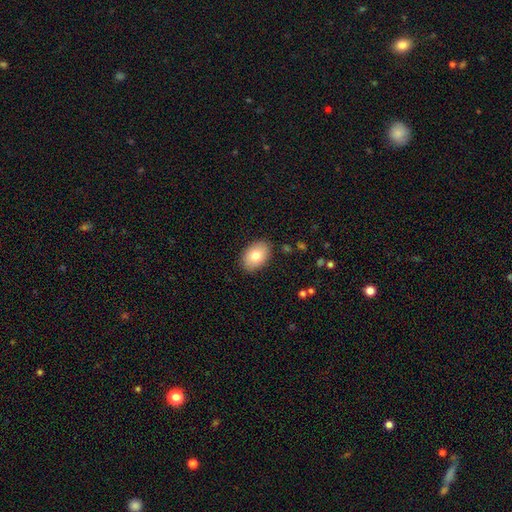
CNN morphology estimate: smooth_or_featured: smooth (p=0.80) [alt: featured or disk p=0.13]
how_rounded: in between (p=0.85) [alt: round p=0.14]
merging: none (p=0.87) [alt: minor disturbance p=0.10]